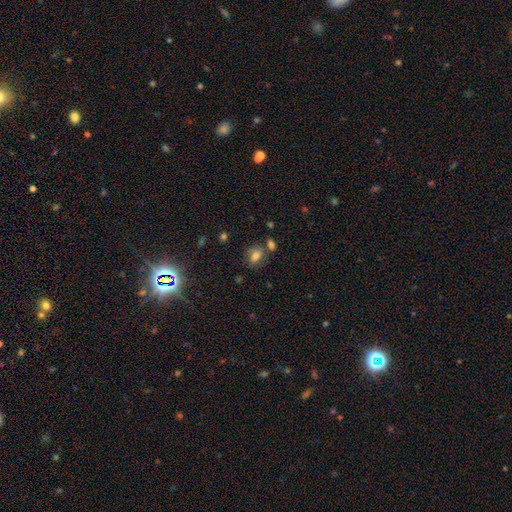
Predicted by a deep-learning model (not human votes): Smooth or featured: smooth — 74% (star or artifact — 13%)
How rounded: in between — 63% (round — 35%)
Merging: none — 65% (merger — 16%)